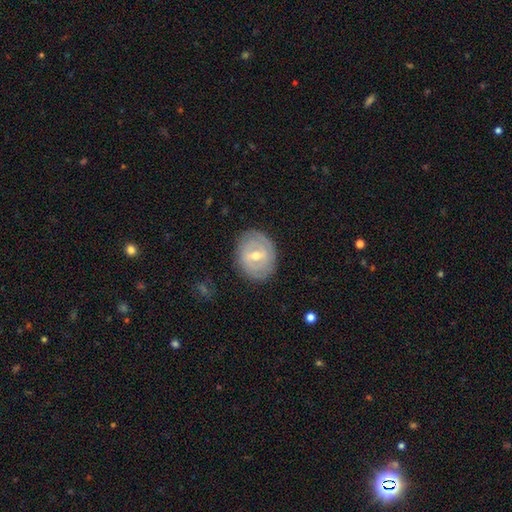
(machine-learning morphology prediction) A featured or disk galaxy (67%) with a weak bar (53%), spiral arms (63%) and a moderate central bulge (59%). Merging: none (83%).